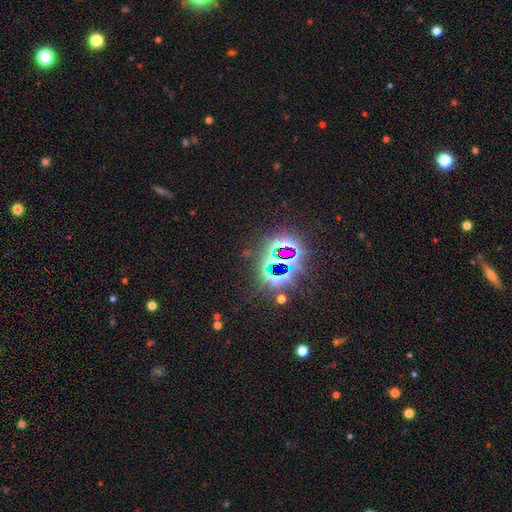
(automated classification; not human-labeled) smooth-or-featured: star or artifact: 83% | smooth: 9% | featured or disk: 8%